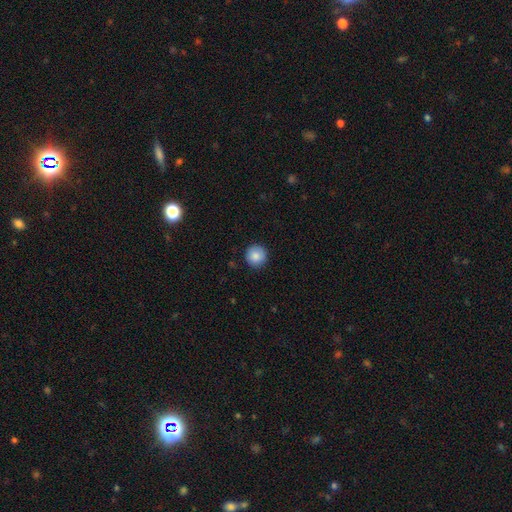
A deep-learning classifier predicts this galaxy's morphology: Overall: smooth (85%). How rounded: round (96%). Merging: none (91%).